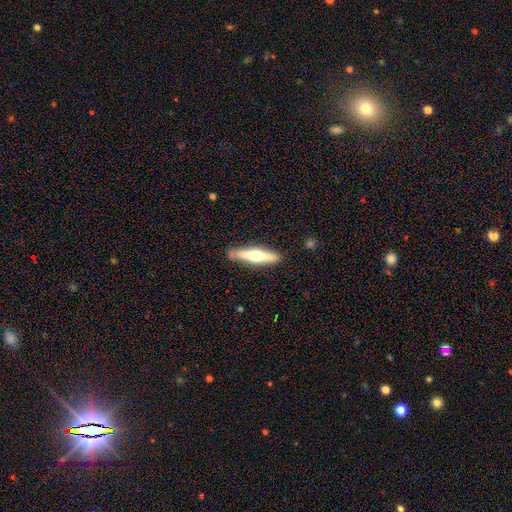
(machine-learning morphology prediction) type=featured or disk (54%); edge-on=yes (95%); edge-on bulge=rounded (89%); merging=none (87%).